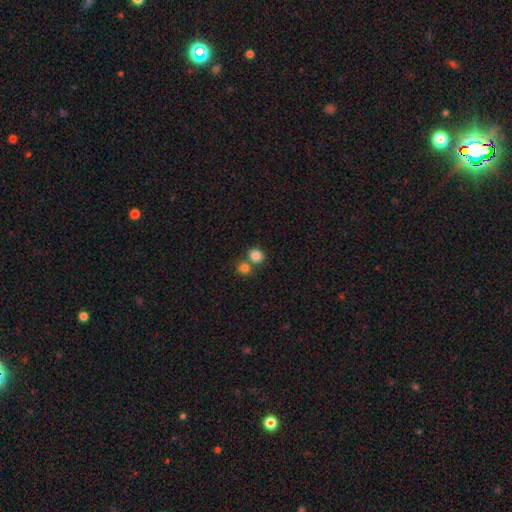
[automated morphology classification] Smooth or featured?
  - smooth: 84% *
  - star or artifact: 11%
  - featured or disk: 5%
How rounded?
  - round: 82% *
  - in between: 17%
  - cigar-shaped: 1%
Merging?
  - none: 59% *
  - merger: 31%
  - minor disturbance: 7%
  - major disturbance: 3%